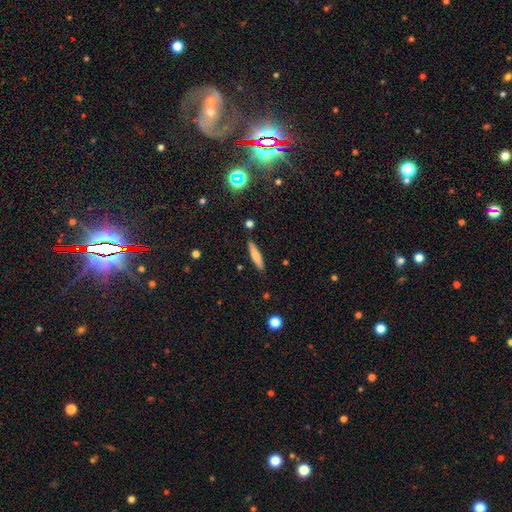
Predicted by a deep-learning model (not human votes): Smooth or featured? smooth (69%)
How rounded? cigar-shaped (87%)
Merging? none (87%)